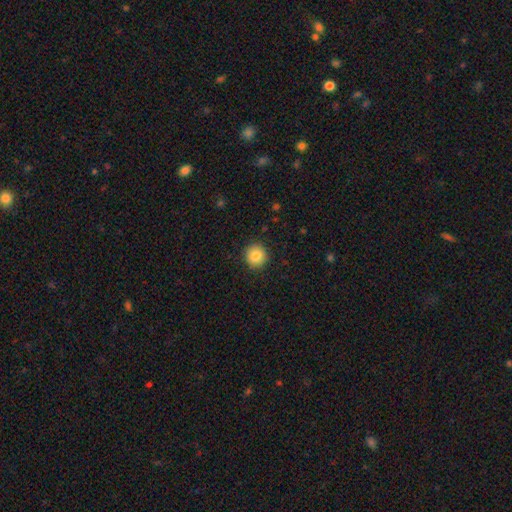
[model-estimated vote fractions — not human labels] Overall: smooth (85%). How rounded: round (92%). Merging: none (90%).